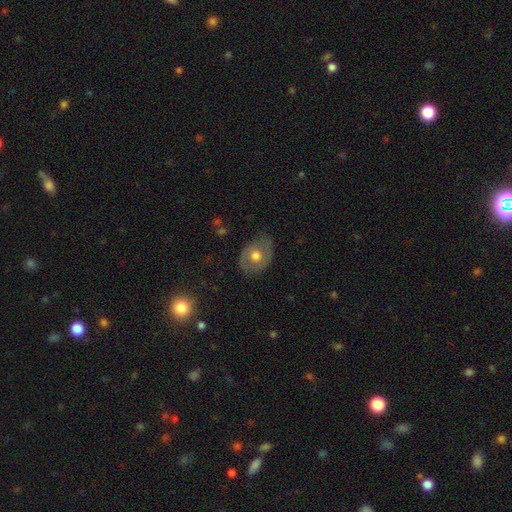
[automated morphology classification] type=smooth (51%); roundness=in between (61%); merging=none (77%).